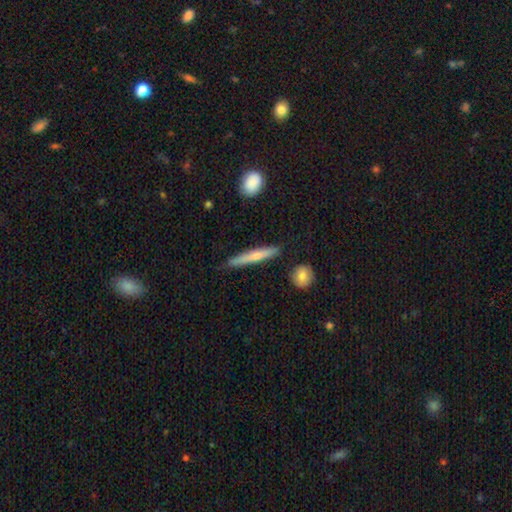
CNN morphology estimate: The model was most divided on "smooth or featured": featured or disk: 47%, smooth: 46%, star or artifact: 6%. More confident: merging — none (86%).